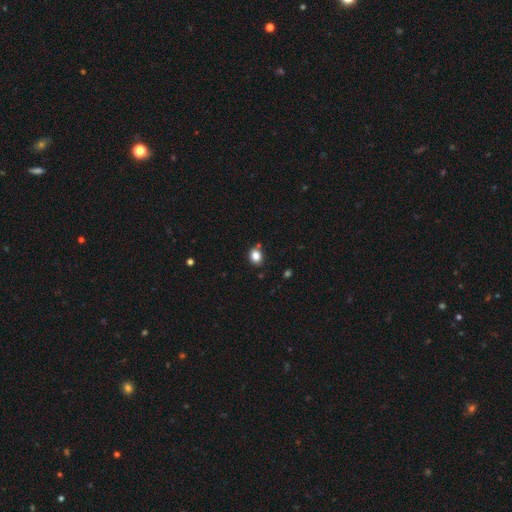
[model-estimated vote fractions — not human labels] This appears to be a smooth galaxy with no disk features (84%) that is round (58%). Merging: none (81%).